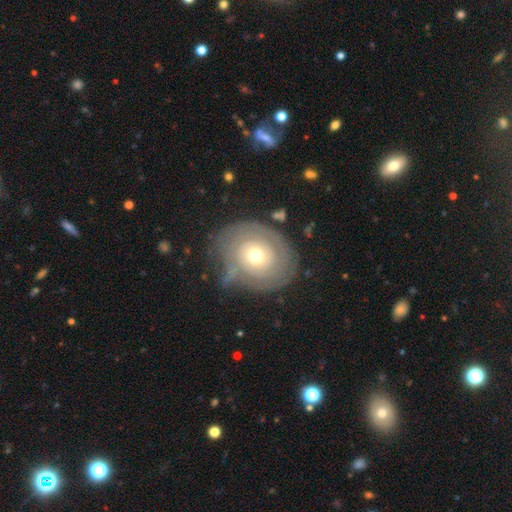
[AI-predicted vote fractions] Smooth or featured? Predicted: featured or disk (p=0.64). Edge-on disk? Predicted: no (p=0.96). Bar? Predicted: no (p=0.87). Spiral arms? Predicted: yes (p=0.65). Bulge size? Predicted: moderate (p=0.63). Merging? Predicted: none (p=0.67).